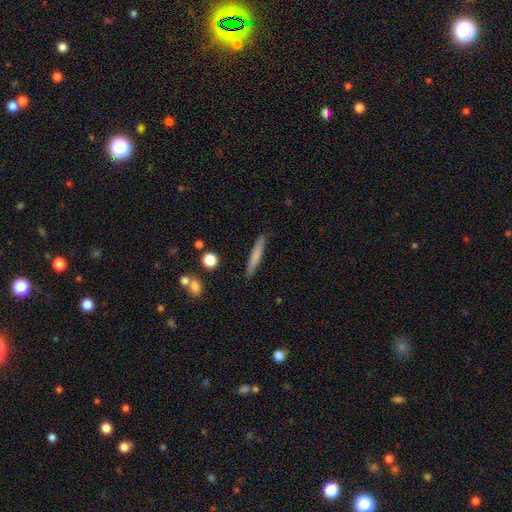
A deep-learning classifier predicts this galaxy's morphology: smooth 72%, featured or disk 22%, star or artifact 7%. Down the decision tree: how rounded — cigar-shaped (94%); merging — none (89%).